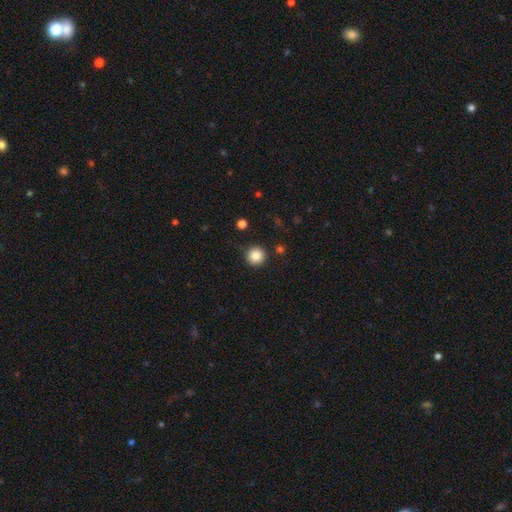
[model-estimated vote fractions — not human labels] Q: Smooth or featured?
A: smooth (86%); runner-up: star or artifact (10%)
Q: How rounded?
A: round (96%); runner-up: in between (3%)
Q: Merging?
A: none (88%); runner-up: minor disturbance (8%)